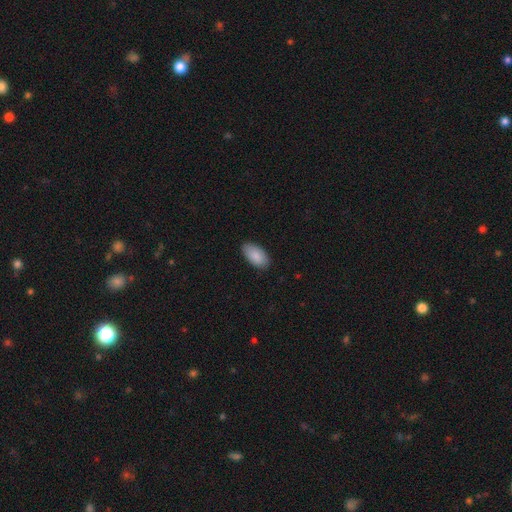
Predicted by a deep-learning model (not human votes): smooth_or_featured: smooth (p=0.89) [alt: star or artifact p=0.06]
how_rounded: in between (p=0.95) [alt: round p=0.02]
merging: none (p=0.85) [alt: minor disturbance p=0.12]